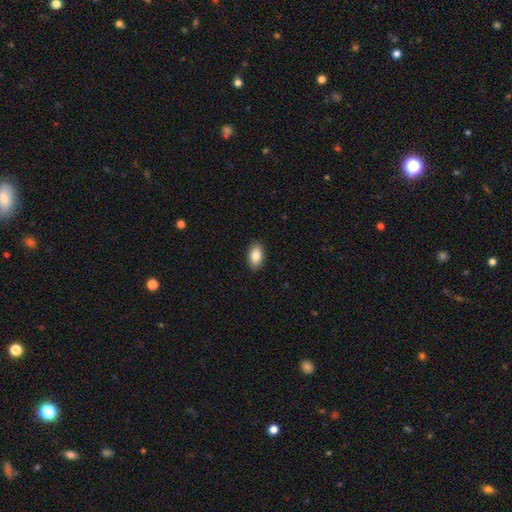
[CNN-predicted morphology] smooth-or-featured: smooth: 86% | star or artifact: 7% | featured or disk: 7%
  how-rounded: in between: 93% | round: 5% | cigar-shaped: 2%
  merging: none: 90% | minor disturbance: 7% | major disturbance: 2% | merger: 1%